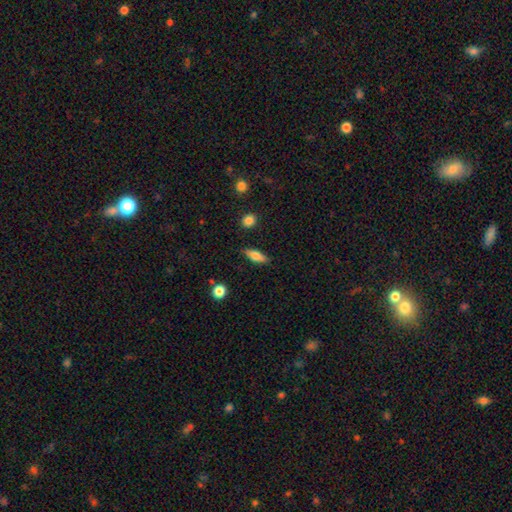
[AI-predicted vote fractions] Overall: smooth (72%). How rounded: in between (59%; cigar-shaped 38%). Merging: none (84%).